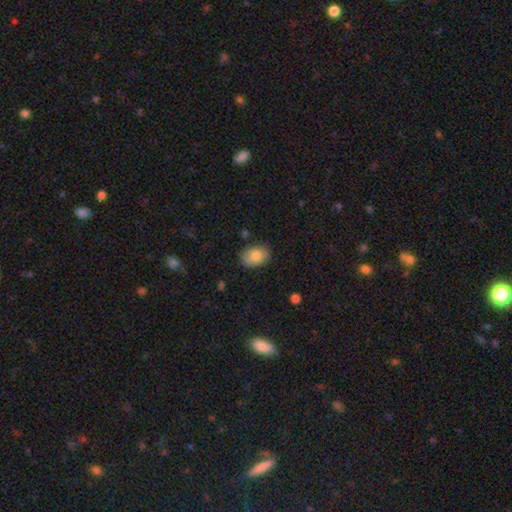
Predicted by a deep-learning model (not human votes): Q: Smooth or featured?
A: smooth (81%); runner-up: featured or disk (11%)
Q: How rounded?
A: in between (78%); runner-up: round (21%)
Q: Merging?
A: none (82%); runner-up: minor disturbance (14%)